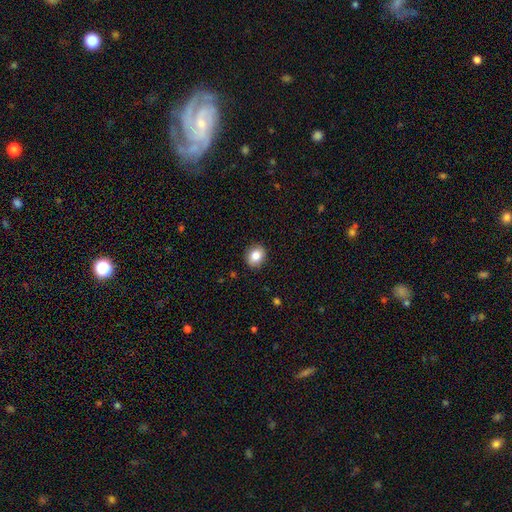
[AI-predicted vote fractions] smooth_or_featured: smooth (p=0.83) [alt: star or artifact p=0.09]
how_rounded: round (p=0.62) [alt: in between p=0.38]
merging: none (p=0.90) [alt: minor disturbance p=0.07]